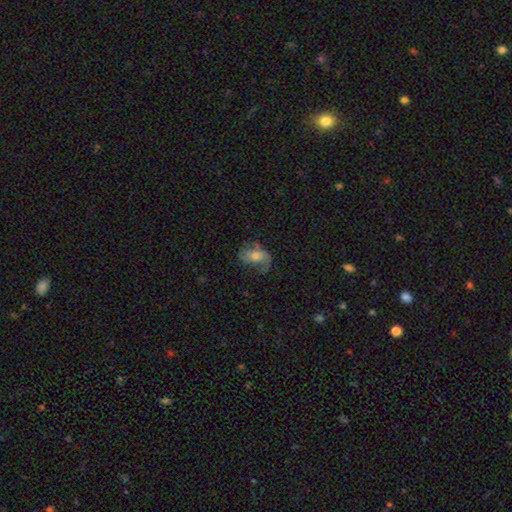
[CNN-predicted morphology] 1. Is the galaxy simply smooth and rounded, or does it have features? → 53% featured or disk, 38% smooth, 9% star or artifact.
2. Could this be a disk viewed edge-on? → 95% no, 5% yes.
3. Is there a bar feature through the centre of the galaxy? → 59% no, 31% weak, 10% strong.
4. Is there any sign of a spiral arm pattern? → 81% yes, 19% no.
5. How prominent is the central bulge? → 50% moderate, 30% small, 12% large, 6% none, 2% dominant.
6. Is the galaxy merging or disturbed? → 44% none, 30% major disturbance, 24% minor disturbance, 2% merger.